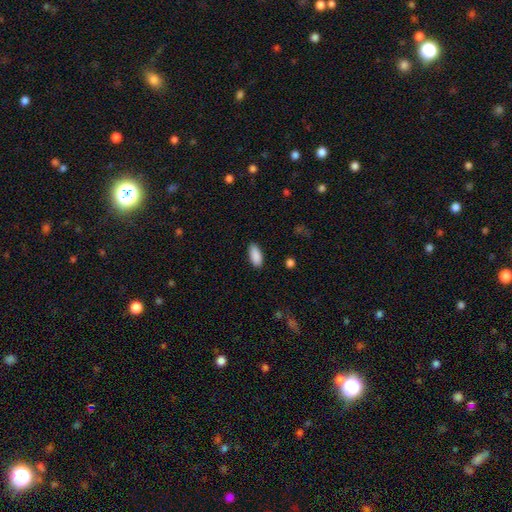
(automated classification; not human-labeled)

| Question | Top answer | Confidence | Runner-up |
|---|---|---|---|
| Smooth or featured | smooth | 90% | star or artifact (6%) |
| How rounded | in between | 87% | cigar-shaped (11%) |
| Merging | none | 87% | minor disturbance (9%) |